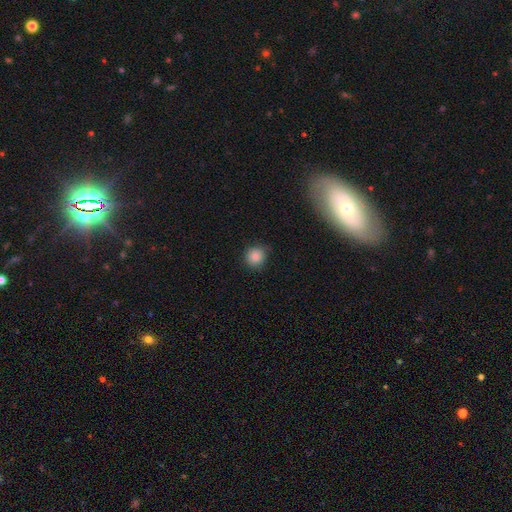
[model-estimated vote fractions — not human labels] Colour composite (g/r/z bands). It shows a smooth galaxy with no disk features (86%) that is round (90%). Merging: none (81%).